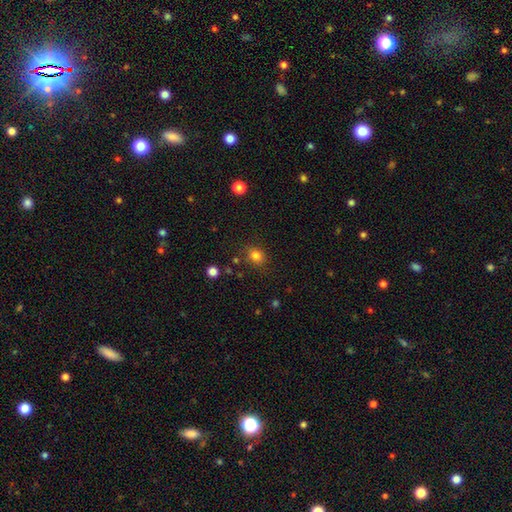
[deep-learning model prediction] smooth-or-featured: smooth: 82% | star or artifact: 13% | featured or disk: 5%
  how-rounded: round: 72% | in between: 27% | cigar-shaped: 1%
  merging: none: 80% | minor disturbance: 12% | major disturbance: 4% | merger: 3%